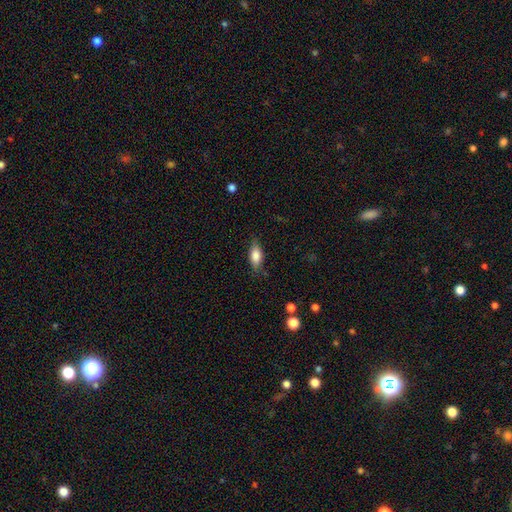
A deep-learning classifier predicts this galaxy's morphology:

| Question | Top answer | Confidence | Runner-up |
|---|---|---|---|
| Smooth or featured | smooth | 77% | featured or disk (16%) |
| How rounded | in between | 82% | cigar-shaped (14%) |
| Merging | none | 79% | minor disturbance (16%) |